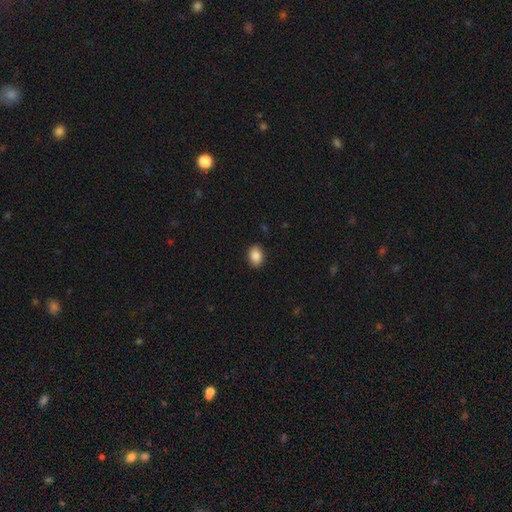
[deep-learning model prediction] smooth-or-featured: smooth: 87% | star or artifact: 8% | featured or disk: 5%
  how-rounded: in between: 74% | round: 25% | cigar-shaped: 1%
  merging: none: 88% | minor disturbance: 9% | major disturbance: 2% | merger: 1%